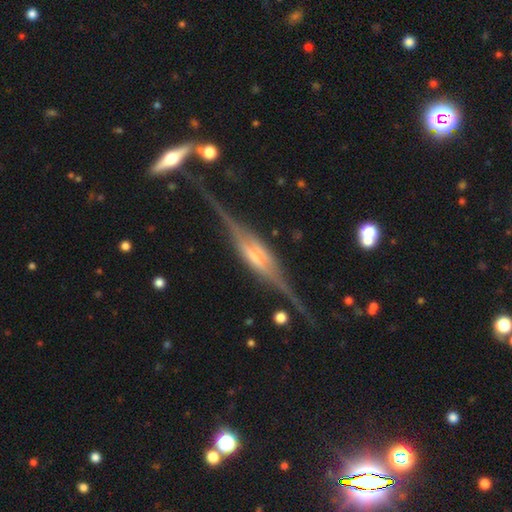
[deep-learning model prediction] Overall: featured or disk (88%). Edge-on disk: yes (94%). Edge-on bulge: rounded (55%; boxy 37%). Merging: none (74%).